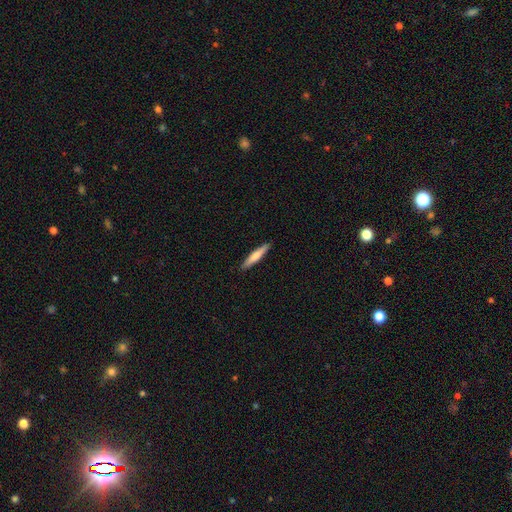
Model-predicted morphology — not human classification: type=smooth (67%); roundness=cigar-shaped (91%); merging=none (91%).